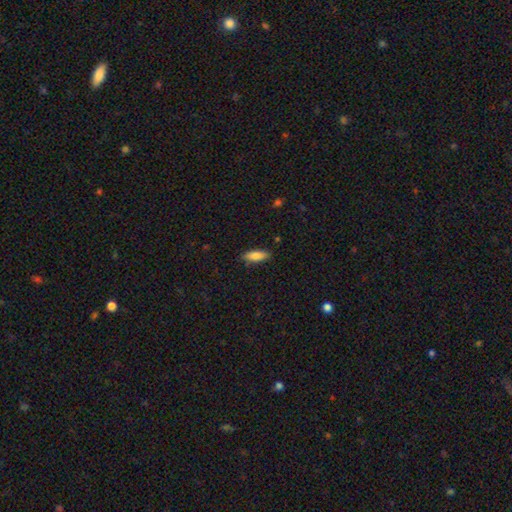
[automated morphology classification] smooth-or-featured: smooth: 81% | featured or disk: 13% | star or artifact: 7%
  how-rounded: in between: 63% | cigar-shaped: 35% | round: 2%
  merging: none: 84% | minor disturbance: 12% | major disturbance: 2% | merger: 1%